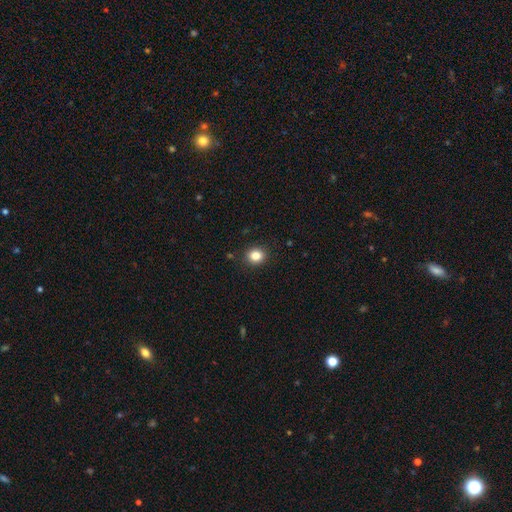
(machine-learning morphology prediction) smooth-or-featured: smooth: 84% | star or artifact: 11% | featured or disk: 5%
  how-rounded: round: 77% | in between: 22% | cigar-shaped: 1%
  merging: none: 91% | minor disturbance: 6% | major disturbance: 2% | merger: 1%